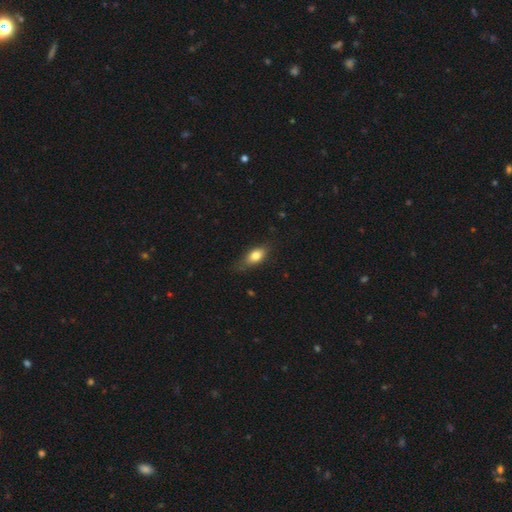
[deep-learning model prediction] Smooth or featured? Predicted: smooth (p=0.77). How rounded? Predicted: in between (p=0.80). Merging? Predicted: none (p=0.69).